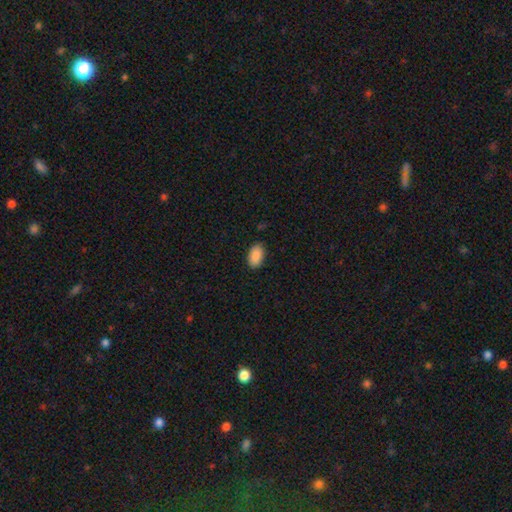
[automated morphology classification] Smooth or featured? smooth (90%)
How rounded? in between (93%)
Merging? none (86%)